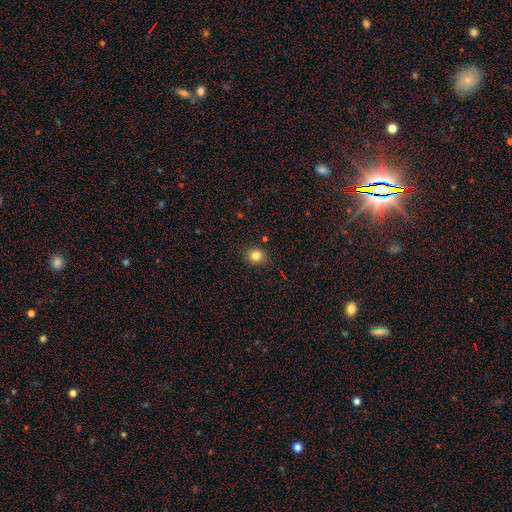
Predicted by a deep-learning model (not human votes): smooth 82%, star or artifact 13%, featured or disk 6%. Down the decision tree: how rounded — round (74%); merging — none (86%).